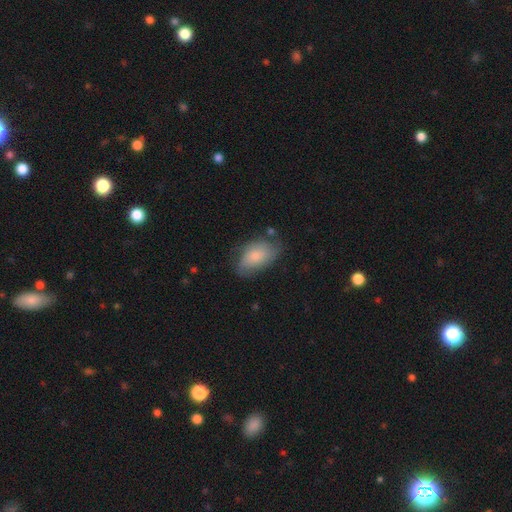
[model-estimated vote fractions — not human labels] Smooth or featured? smooth (71%)
How rounded? in between (91%)
Merging? none (59%)